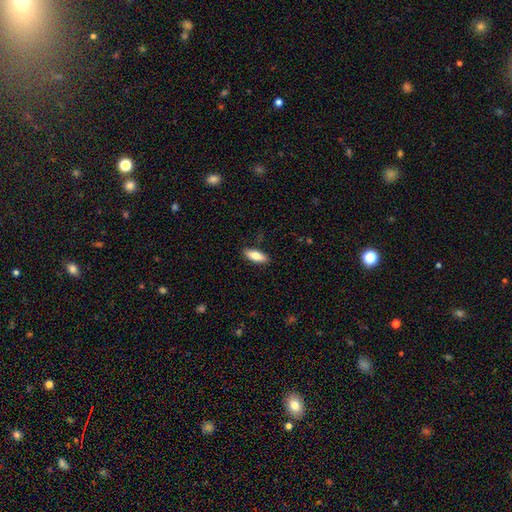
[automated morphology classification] A smooth galaxy with no disk features (78%) that is in between round and cigar-shaped (69%). Merging: none (87%).